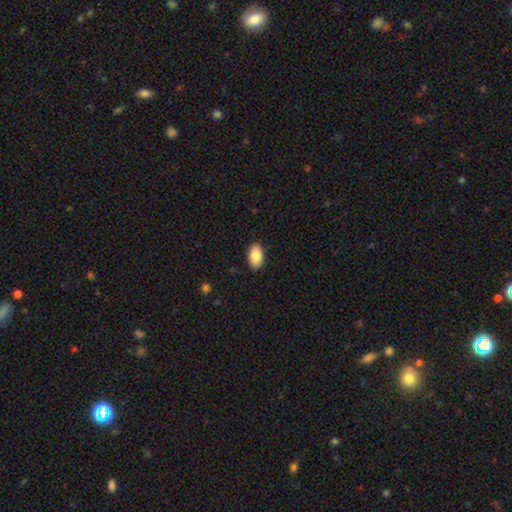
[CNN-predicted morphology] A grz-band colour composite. It shows a smooth galaxy with no disk features (86%) that is in between round and cigar-shaped (93%). Merging: none (88%).